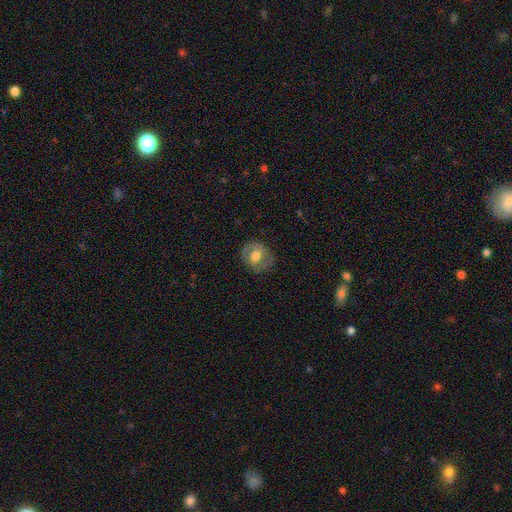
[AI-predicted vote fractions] Q: Smooth or featured?
A: smooth (55%); runner-up: featured or disk (37%)
Q: How rounded?
A: round (69%); runner-up: in between (30%)
Q: Merging?
A: none (75%); runner-up: minor disturbance (17%)